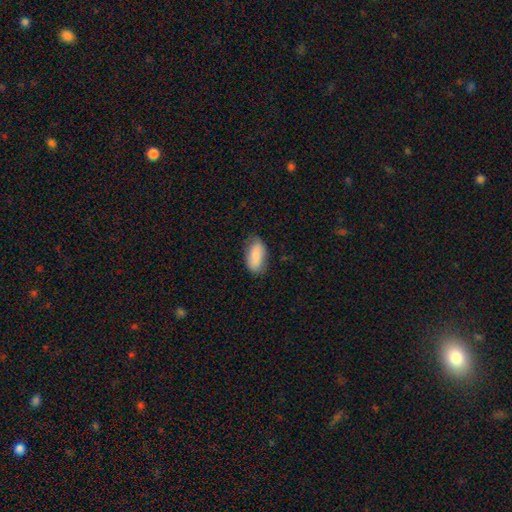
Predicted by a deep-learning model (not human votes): Morphology: type=smooth (82%); roundness=in between (92%); merging=none (74%).